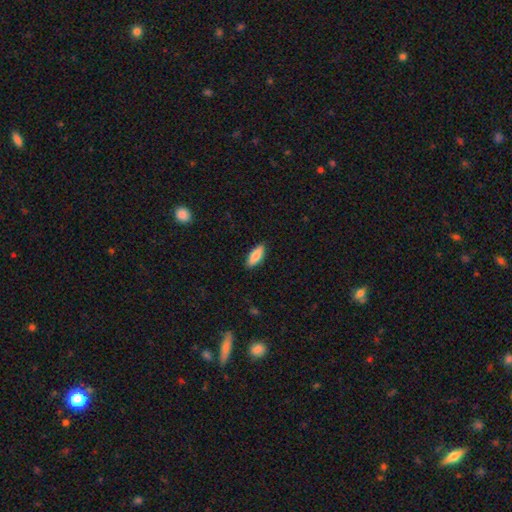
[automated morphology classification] Smooth or featured? smooth (84%)
How rounded? in between (77%)
Merging? none (88%)